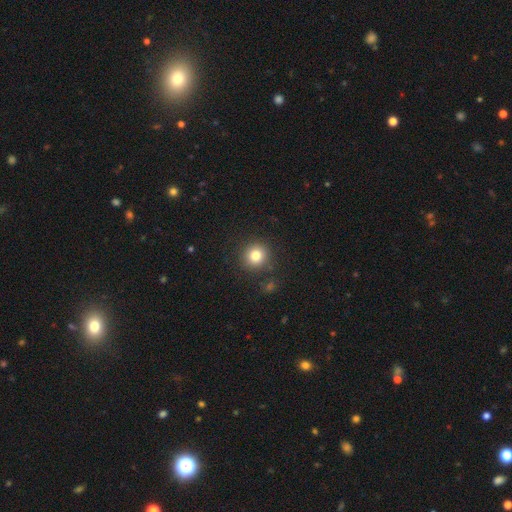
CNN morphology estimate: The model was most divided on "smooth or featured": smooth: 81%, star or artifact: 12%, featured or disk: 7%. More confident: how rounded — round (93%); merging — none (88%).